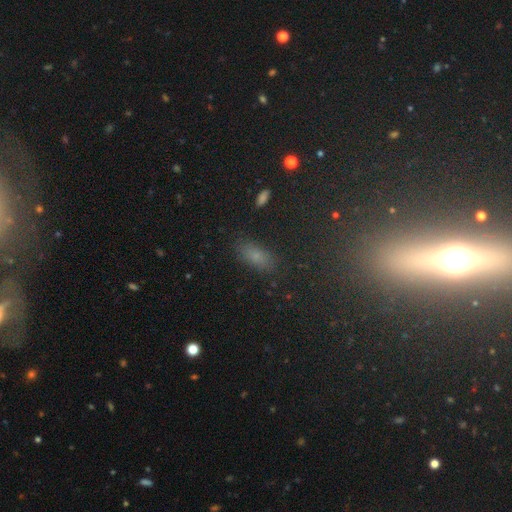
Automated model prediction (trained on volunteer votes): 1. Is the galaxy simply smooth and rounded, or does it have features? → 75% smooth, 15% star or artifact, 10% featured or disk.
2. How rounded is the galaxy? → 84% in between, 11% cigar-shaped, 4% round.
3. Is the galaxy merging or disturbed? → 81% none, 13% minor disturbance, 4% major disturbance, 2% merger.